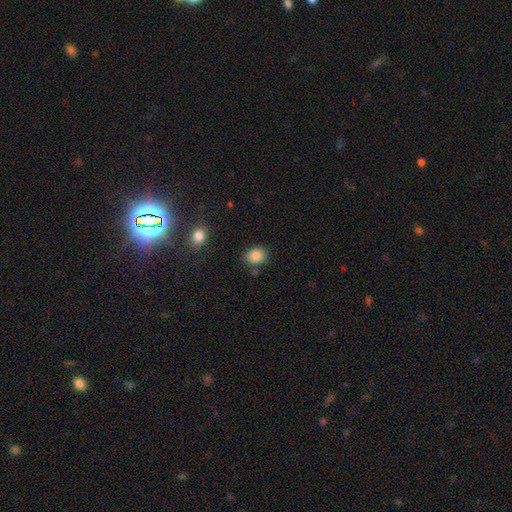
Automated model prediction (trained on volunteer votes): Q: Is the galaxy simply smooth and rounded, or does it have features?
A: smooth — 87%.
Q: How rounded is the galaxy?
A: round — 55%.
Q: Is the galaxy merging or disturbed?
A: none — 75%.